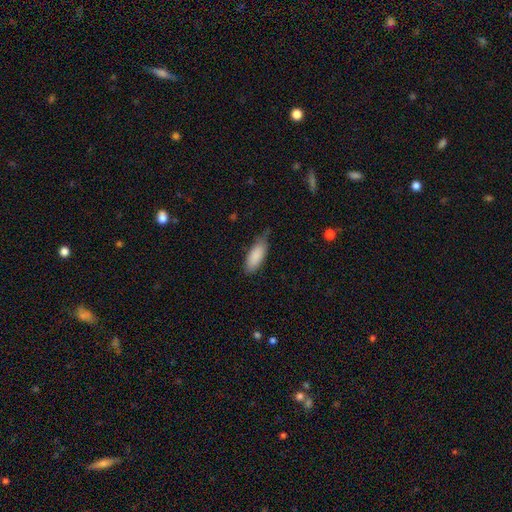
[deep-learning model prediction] Smooth or featured? smooth (88%)
How rounded? in between (77%)
Merging? none (61%)